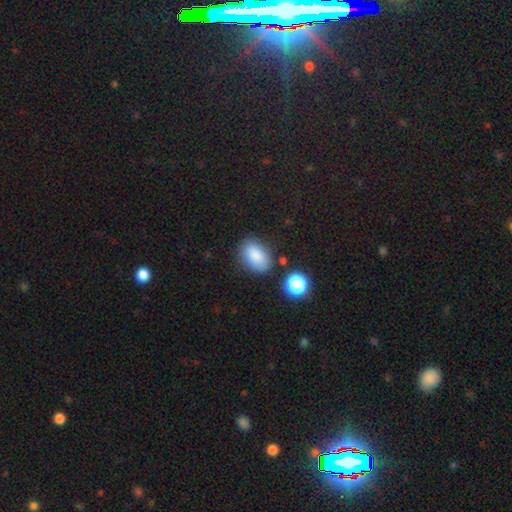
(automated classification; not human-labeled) Smooth or featured?
  - smooth: 85% *
  - star or artifact: 9%
  - featured or disk: 6%
How rounded?
  - in between: 84% *
  - round: 15%
  - cigar-shaped: 1%
Merging?
  - none: 77% *
  - minor disturbance: 14%
  - merger: 5%
  - major disturbance: 4%